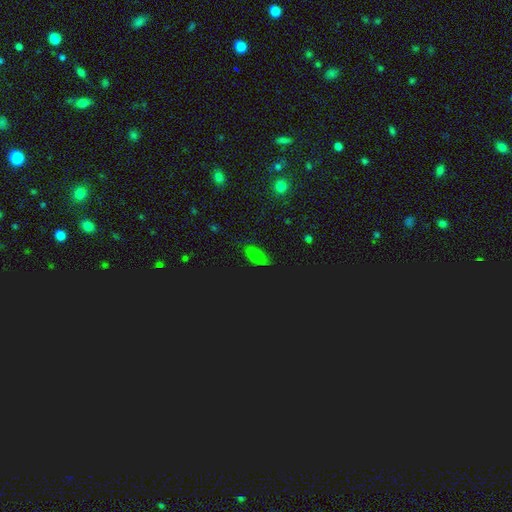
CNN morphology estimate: smooth 58%, star or artifact 34%, featured or disk 7%. Down the decision tree: how rounded — in between (88%); merging — none (72%).